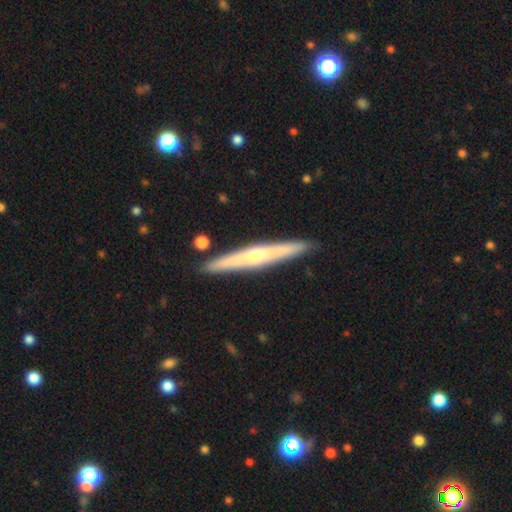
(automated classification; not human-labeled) featured or disk 62%, smooth 32%, star or artifact 5%. Down the decision tree: edge-on disk — yes (97%); edge-on bulge — rounded (74%); merging — none (90%).